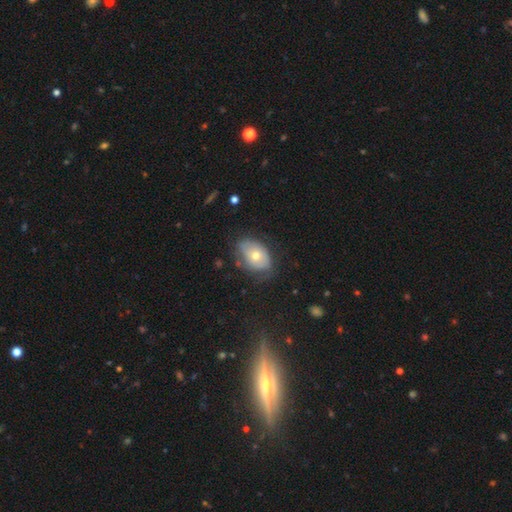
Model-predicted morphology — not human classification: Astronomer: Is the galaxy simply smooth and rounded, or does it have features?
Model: smooth — 56% (runner-up: featured or disk, 36%).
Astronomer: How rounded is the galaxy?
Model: in between — 82%.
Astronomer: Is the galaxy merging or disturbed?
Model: none — 61%.